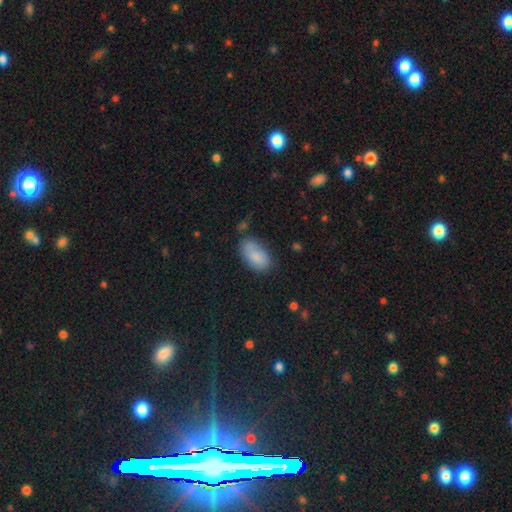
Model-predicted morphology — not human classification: A smooth galaxy with no disk features (84%) that is in between round and cigar-shaped (94%). Merging: none (67%).